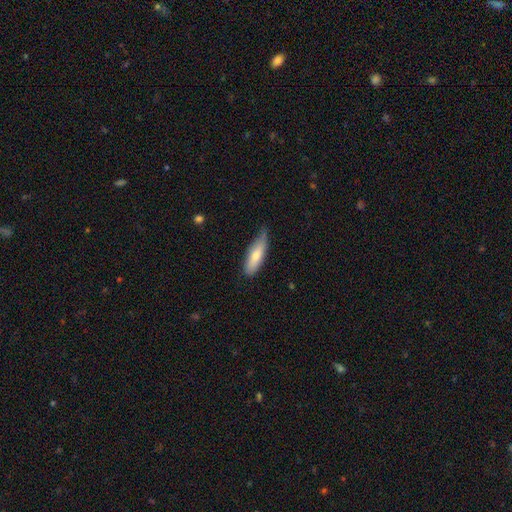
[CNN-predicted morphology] A smooth galaxy with no disk features (73%) that is in between round and cigar-shaped (51%). Merging: none (57%).